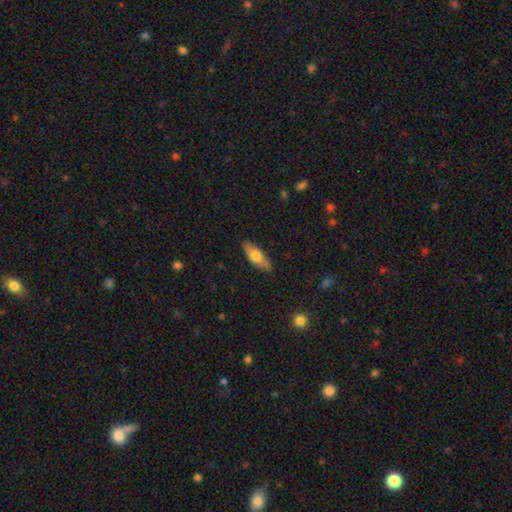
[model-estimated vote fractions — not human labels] Smooth or featured? smooth (66%)
How rounded? in between (64%)
Merging? none (85%)